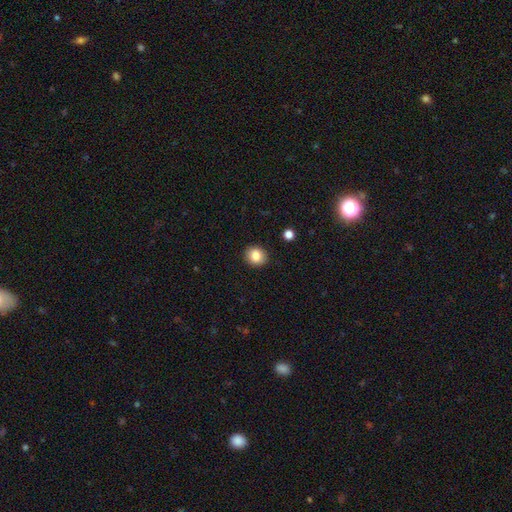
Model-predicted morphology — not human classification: Q: Smooth or featured?
A: smooth (84%); runner-up: star or artifact (9%)
Q: How rounded?
A: round (83%); runner-up: in between (16%)
Q: Merging?
A: none (91%); runner-up: minor disturbance (6%)